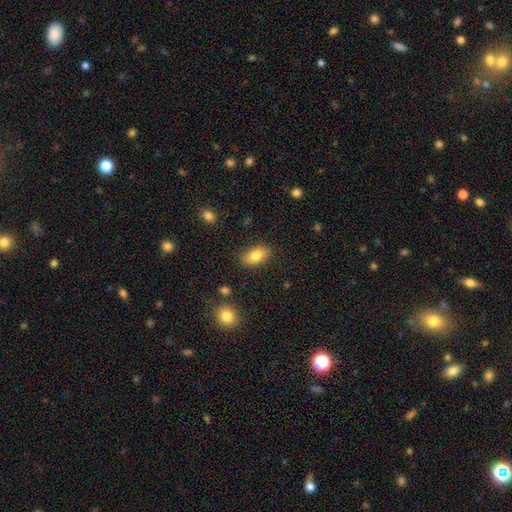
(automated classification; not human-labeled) smooth 81%, featured or disk 11%, star or artifact 8%. Down the decision tree: how rounded — in between (90%); merging — none (84%).